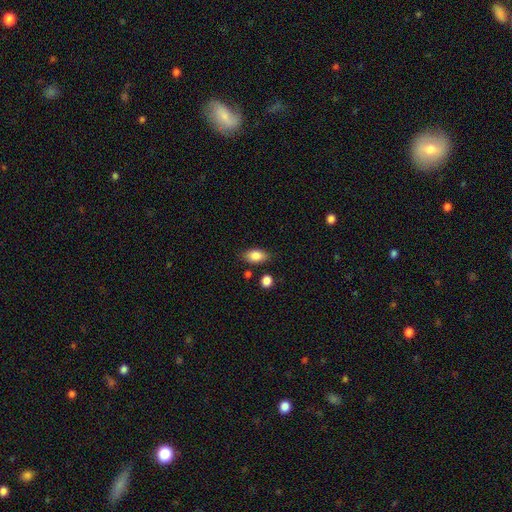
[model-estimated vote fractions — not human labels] The model was most divided on "merging": none: 80%, minor disturbance: 13%, merger: 4%, major disturbance: 3%. More confident: how rounded — in between (88%); smooth or featured — smooth (84%).